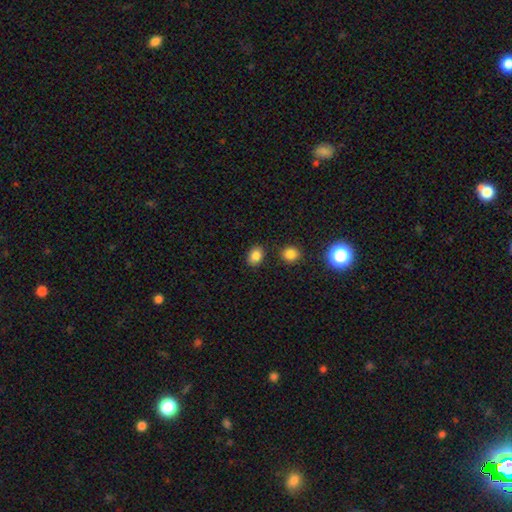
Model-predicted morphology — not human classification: Smooth or featured? smooth (84%)
How rounded? in between (64%)
Merging? none (82%)